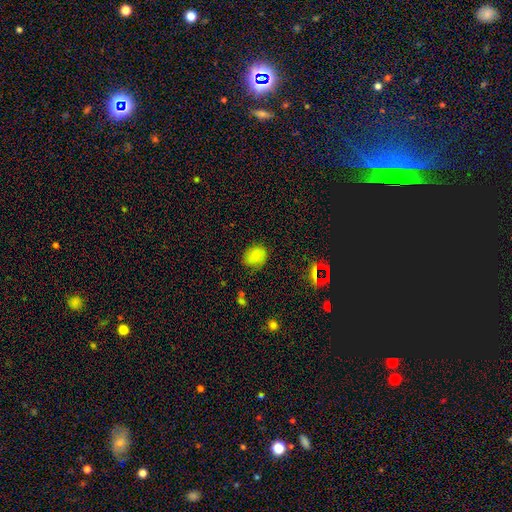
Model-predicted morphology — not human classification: smooth 79%, star or artifact 12%, featured or disk 8%. Down the decision tree: how rounded — round (50%); merging — none (75%).